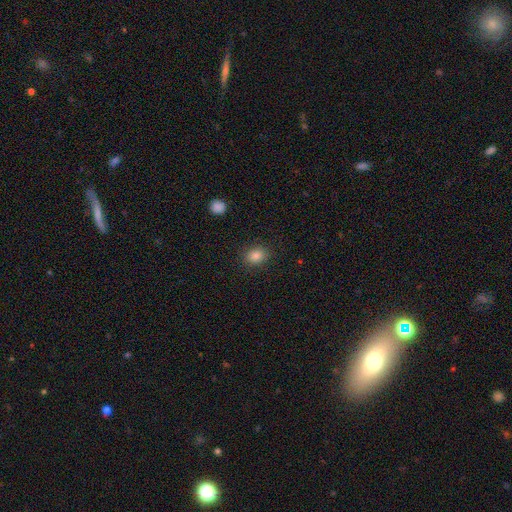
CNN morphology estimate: This appears to be a smooth galaxy with no disk features (85%) that is in between round and cigar-shaped (57%). Merging: none (88%).